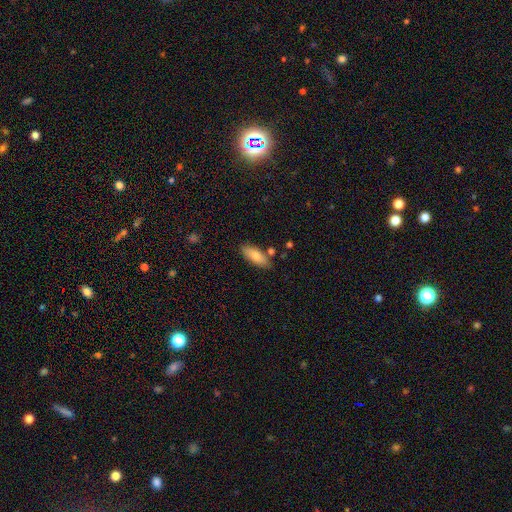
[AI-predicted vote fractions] Overall: smooth (80%). How rounded: in between (76%). Merging: none (78%).